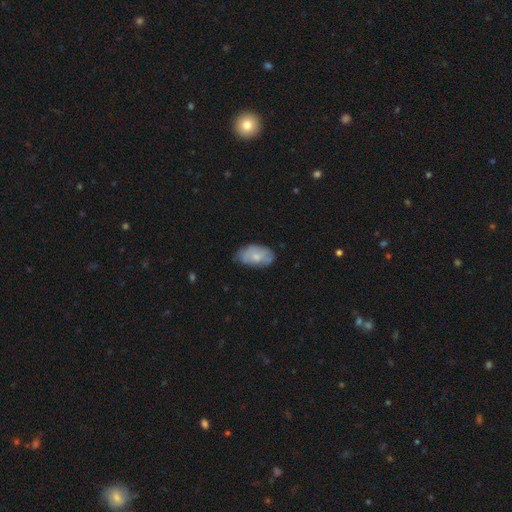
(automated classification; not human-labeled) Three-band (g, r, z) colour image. It shows a smooth galaxy with no disk features (64%) that is in between round and cigar-shaped (92%). Merging: none (62%).